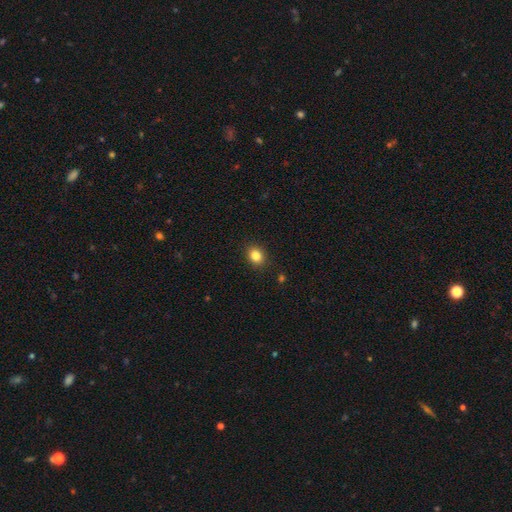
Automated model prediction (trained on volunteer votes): Smooth or featured?
  - smooth: 84% *
  - star or artifact: 11%
  - featured or disk: 5%
How rounded?
  - round: 58% *
  - in between: 41%
  - cigar-shaped: 1%
Merging?
  - none: 90% *
  - minor disturbance: 7%
  - major disturbance: 2%
  - merger: 1%